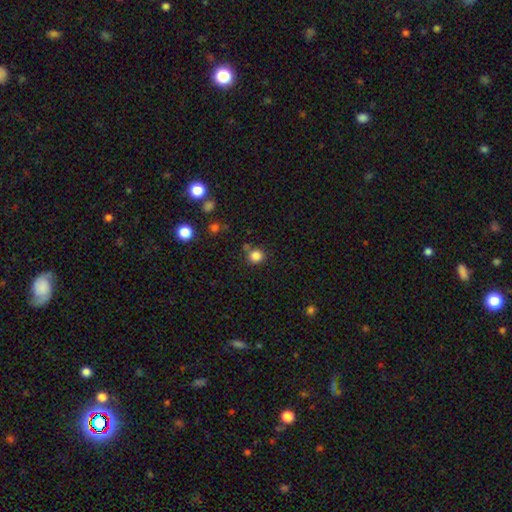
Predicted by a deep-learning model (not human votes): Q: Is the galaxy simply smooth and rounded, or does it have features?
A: smooth — 83%.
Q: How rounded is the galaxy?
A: round — 91%.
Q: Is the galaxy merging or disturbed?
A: none — 77%.